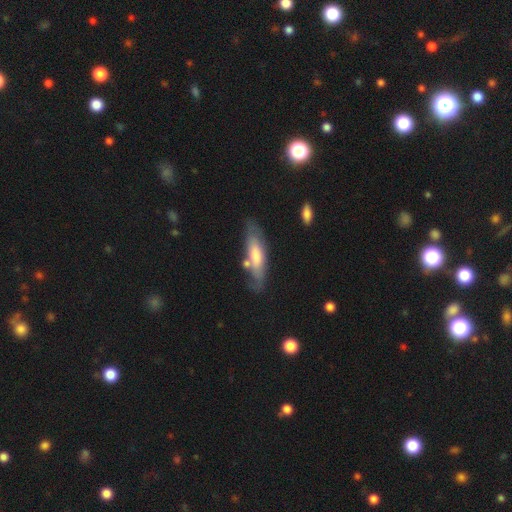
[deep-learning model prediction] Smooth or featured: smooth — 48% (featured or disk — 45%)
Merging: none — 68% (minor disturbance — 20%)